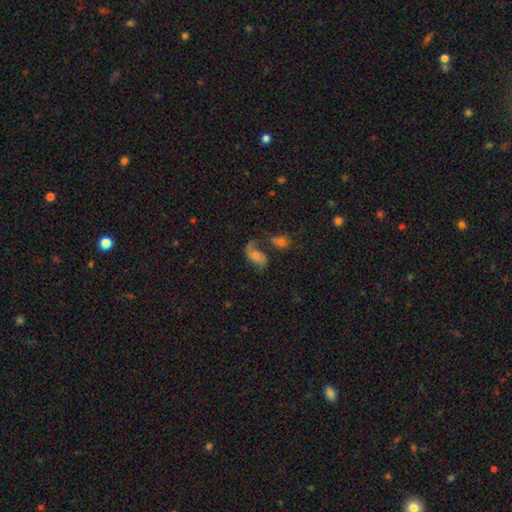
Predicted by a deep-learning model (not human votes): This appears to be a featured or disk galaxy (62%) with no bar (65%), 2 (64%) loose (55%) spiral arms (86%) and a moderate central bulge (54%). Merging: none (42%).